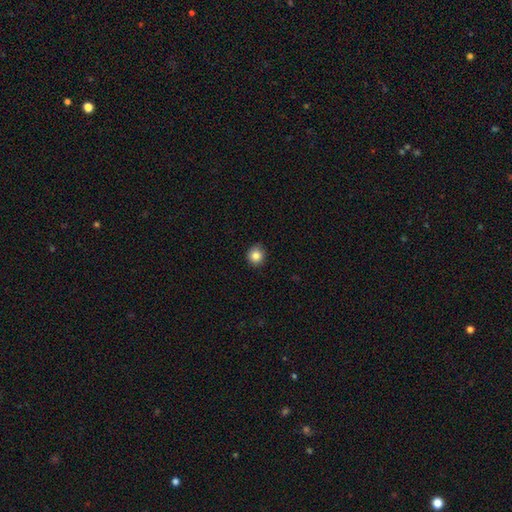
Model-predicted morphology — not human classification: Overall: smooth (84%). How rounded: round (89%). Merging: none (88%).